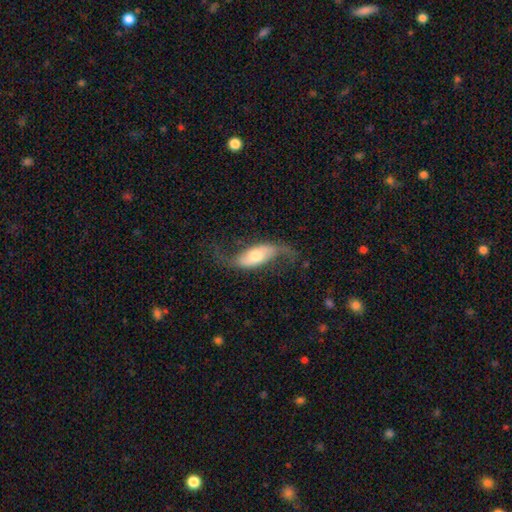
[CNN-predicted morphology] type=featured or disk (74%); edge-on=no (89%); bar=no (48%); spiral arms=yes (91%); winding=loose (84%); arm count=2 (92%); bulge=moderate (62%); merging=none (61%).